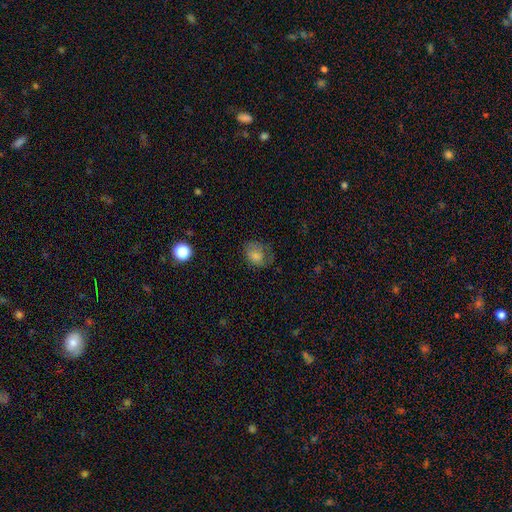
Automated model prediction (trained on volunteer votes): smooth_or_featured: smooth (p=0.67) [alt: featured or disk p=0.19]
how_rounded: in between (p=0.55) [alt: round p=0.44]
merging: none (p=0.56) [alt: minor disturbance p=0.26]